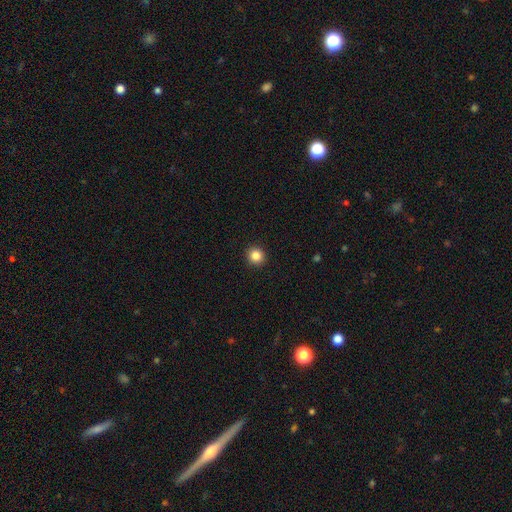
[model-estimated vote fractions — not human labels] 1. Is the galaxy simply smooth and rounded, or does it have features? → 85% smooth, 11% star or artifact, 4% featured or disk.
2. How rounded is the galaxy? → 92% round, 7% in between, 1% cigar-shaped.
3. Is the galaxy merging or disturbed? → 93% none, 4% minor disturbance, 1% major disturbance, 1% merger.